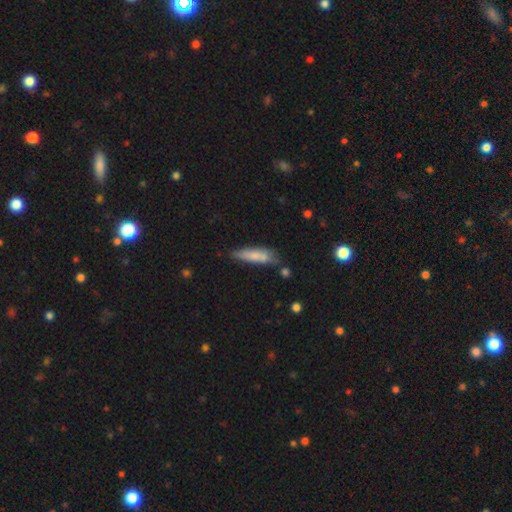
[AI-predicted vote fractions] This appears to be a smooth galaxy with no disk features (74%) that is cigar-shaped (70%). Merging: none (58%).